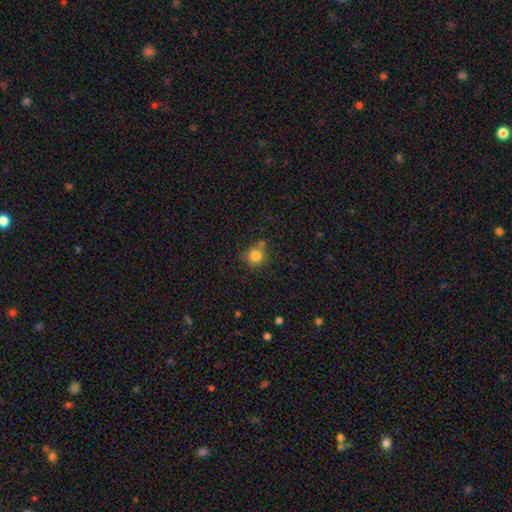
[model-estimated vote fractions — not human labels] A smooth galaxy with no disk features (83%) that is round (91%). Merging: none (67%).